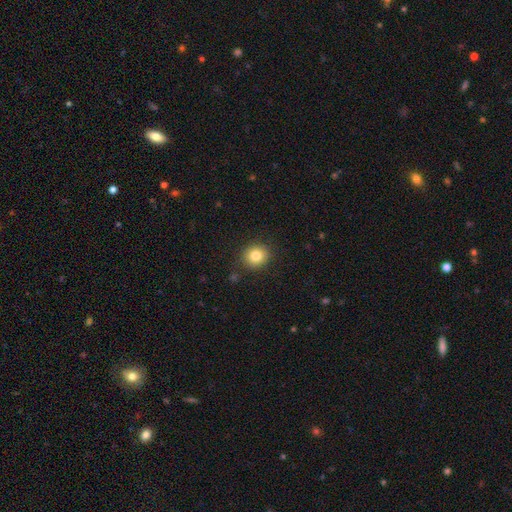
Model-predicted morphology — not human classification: smooth_or_featured: smooth (p=0.83) [alt: star or artifact p=0.10]
how_rounded: round (p=0.82) [alt: in between p=0.17]
merging: none (p=0.88) [alt: minor disturbance p=0.08]